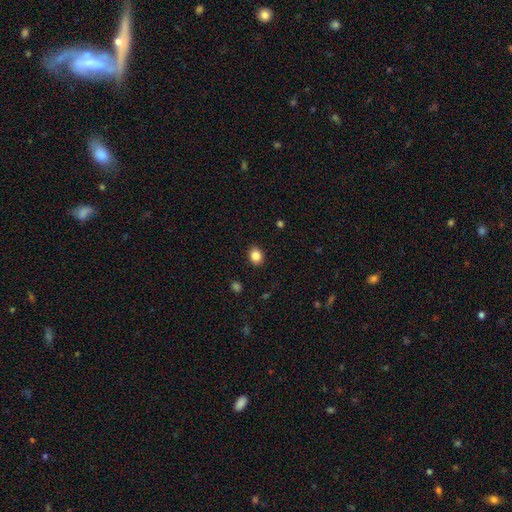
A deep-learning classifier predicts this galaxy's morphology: A smooth galaxy with no disk features (85%) that is round (55%).

Vote fractions:
- Smooth or featured? smooth: 85% / star or artifact: 10% / featured or disk: 5%
- How rounded? round: 55% / in between: 44% / cigar-shaped: 1%
- Merging? none: 90% / minor disturbance: 7% / major disturbance: 2% / merger: 1%